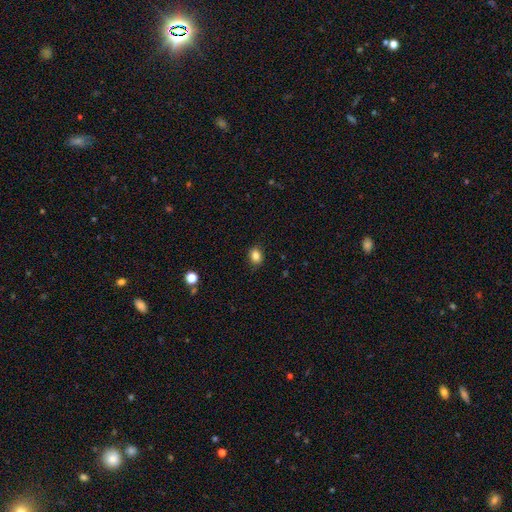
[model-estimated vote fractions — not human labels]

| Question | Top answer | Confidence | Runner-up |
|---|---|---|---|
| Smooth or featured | smooth | 84% | star or artifact (10%) |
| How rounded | in between | 54% | round (45%) |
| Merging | none | 86% | minor disturbance (10%) |